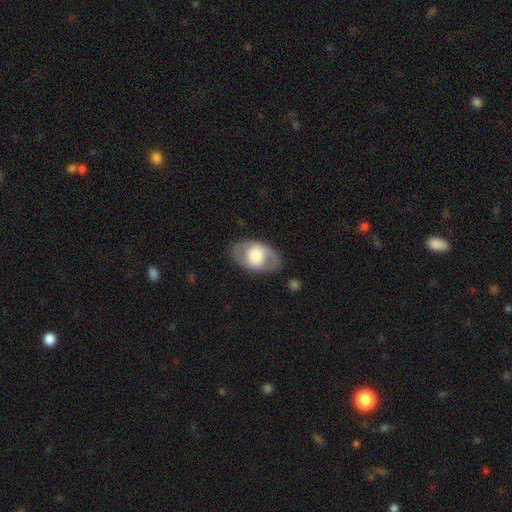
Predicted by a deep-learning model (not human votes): smooth 49%, featured or disk 45%, star or artifact 6%. Down the decision tree: merging — none (80%).